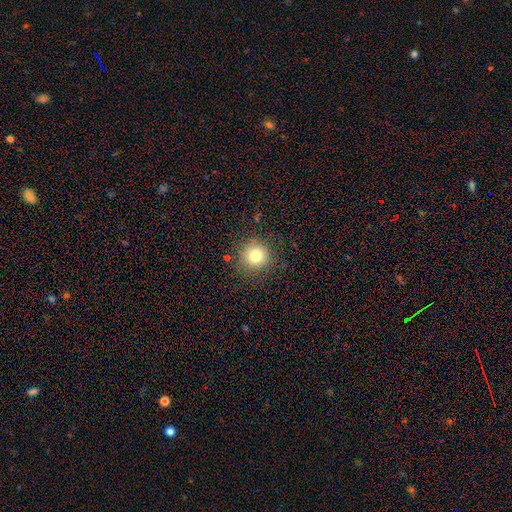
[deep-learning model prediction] Morphology: type=smooth (78%); roundness=round (93%); merging=none (84%).